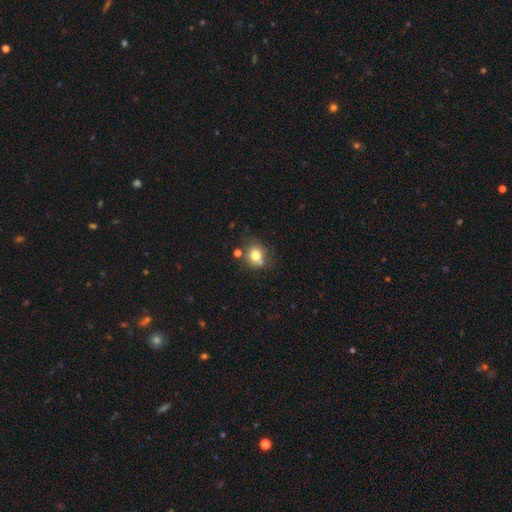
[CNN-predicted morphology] Smooth or featured: smooth — 76% (featured or disk — 13%)
How rounded: round — 70% (in between — 29%)
Merging: none — 58% (merger — 19%)